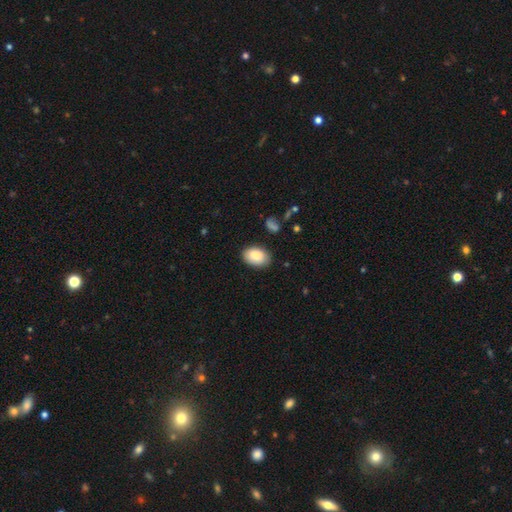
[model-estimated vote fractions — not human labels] Morphology: type=smooth (88%); roundness=in between (88%); merging=none (85%).